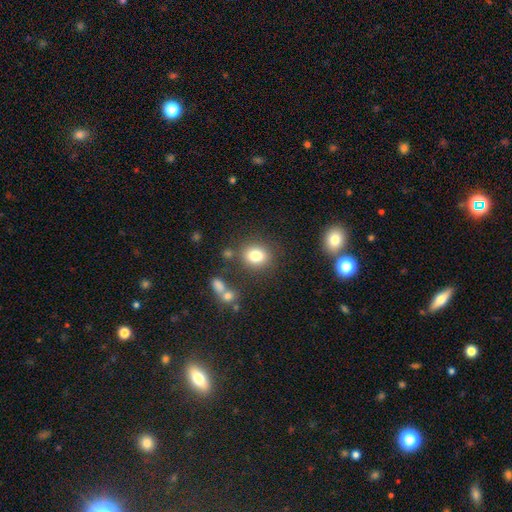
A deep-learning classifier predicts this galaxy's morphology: A smooth galaxy with no disk features (81%) that is round (63%). Merging: none (79%).